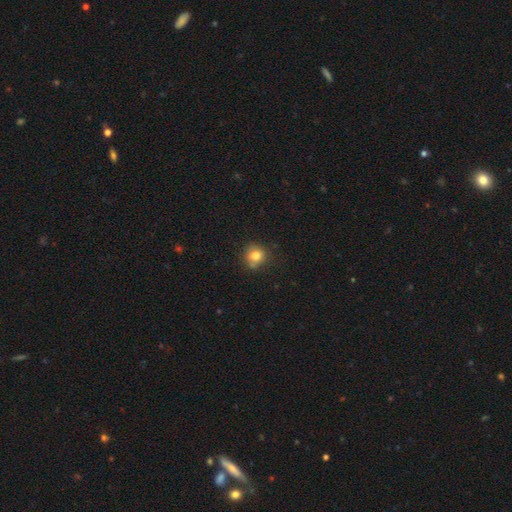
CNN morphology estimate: A smooth galaxy with no disk features (80%) that is round (83%). Merging: none (70%).